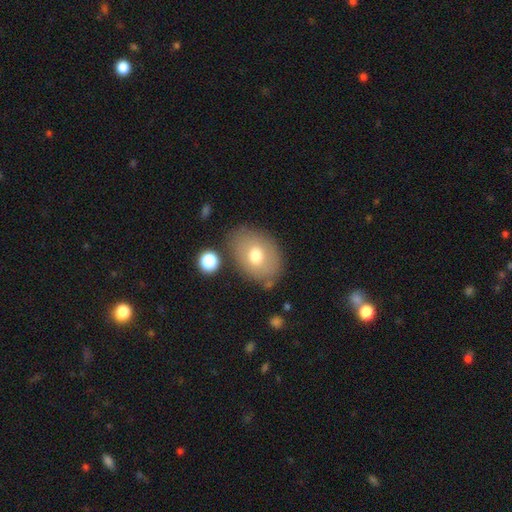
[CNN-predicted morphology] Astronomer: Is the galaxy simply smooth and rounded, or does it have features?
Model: smooth — 70%.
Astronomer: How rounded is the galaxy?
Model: in between — 72%.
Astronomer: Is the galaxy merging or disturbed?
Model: none — 75%.